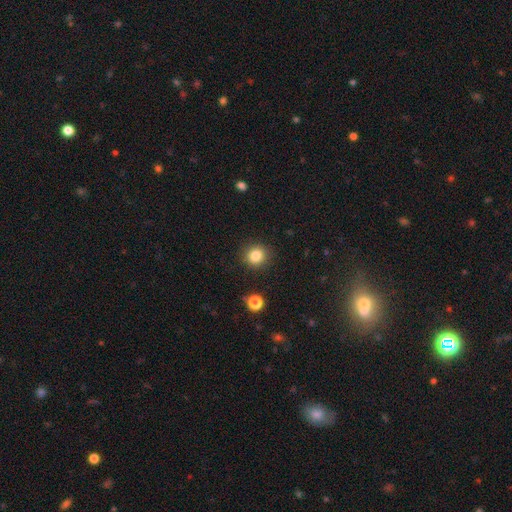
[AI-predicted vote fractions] smooth-or-featured: smooth: 83% | star or artifact: 11% | featured or disk: 5%
  how-rounded: round: 86% | in between: 13% | cigar-shaped: 1%
  merging: none: 89% | minor disturbance: 7% | major disturbance: 2% | merger: 2%